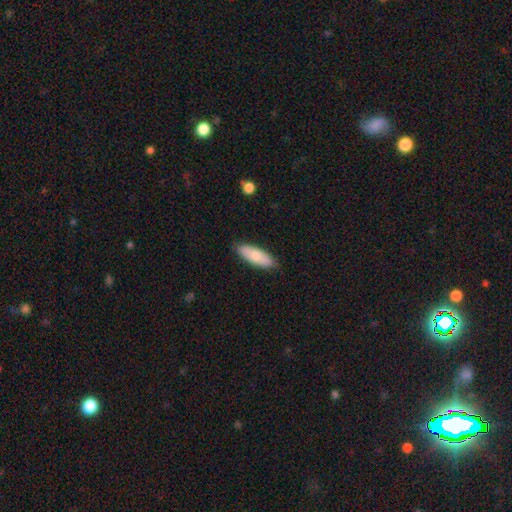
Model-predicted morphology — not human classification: Smooth or featured? smooth (75%)
How rounded? in between (67%)
Merging? none (86%)